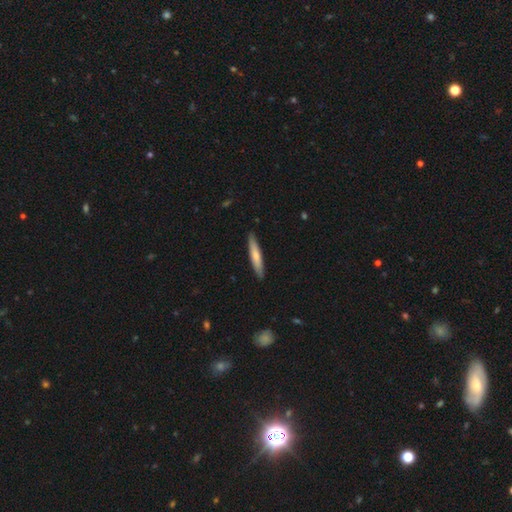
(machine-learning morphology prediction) smooth_or_featured: smooth (p=0.66) [alt: featured or disk p=0.30]
how_rounded: cigar-shaped (p=0.91) [alt: in between p=0.08]
merging: none (p=0.89) [alt: minor disturbance p=0.08]